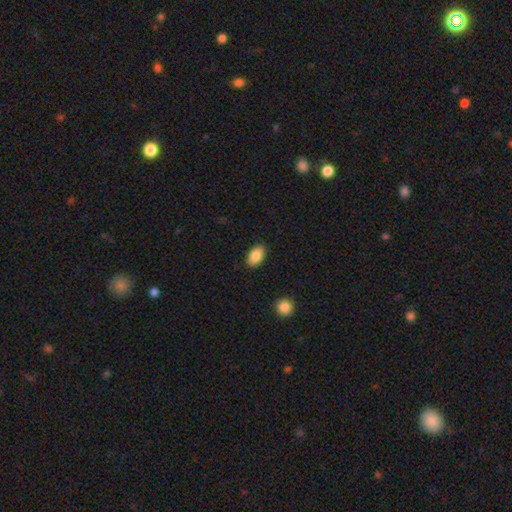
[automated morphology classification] smooth_or_featured: smooth (p=0.87) [alt: star or artifact p=0.07]
how_rounded: in between (p=0.93) [alt: round p=0.05]
merging: none (p=0.88) [alt: minor disturbance p=0.09]